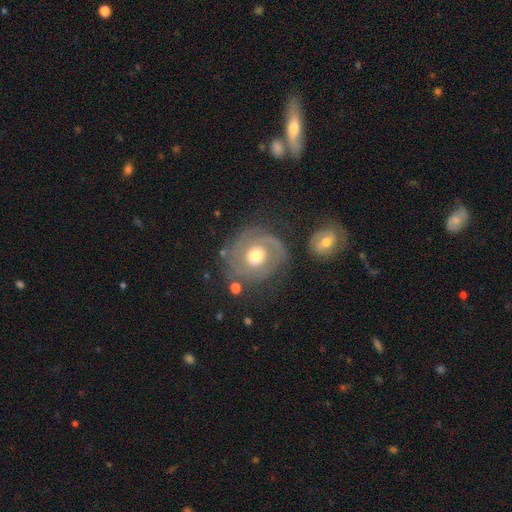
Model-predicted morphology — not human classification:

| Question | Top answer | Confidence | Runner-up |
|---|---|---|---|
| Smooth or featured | featured or disk | 71% | smooth (22%) |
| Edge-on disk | no | 97% | yes (3%) |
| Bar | no | 79% | weak (17%) |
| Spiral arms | yes | 79% | no (21%) |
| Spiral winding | tight | 61% | medium (29%) |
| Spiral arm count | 2 | 50% | can't tell (20%) |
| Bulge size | moderate | 68% | large (19%) |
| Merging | none | 69% | minor disturbance (16%) |